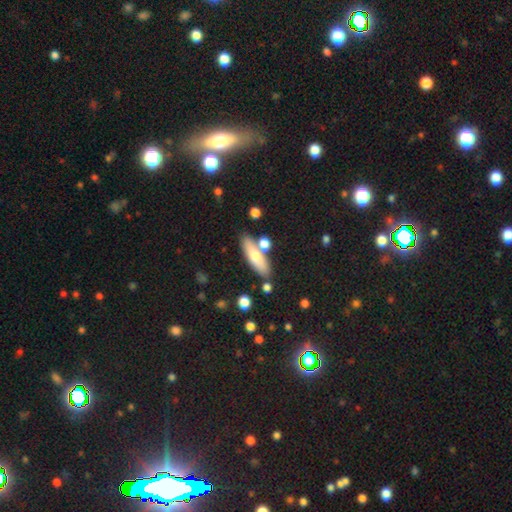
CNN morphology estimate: This is likely a smooth galaxy (66%). How rounded: possibly cigar-shaped (55%). Merging: likely none (75%).